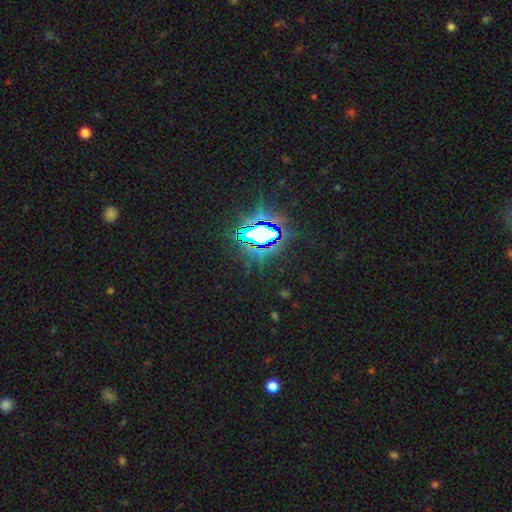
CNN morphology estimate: A star or artifact, not a galaxy (82%).